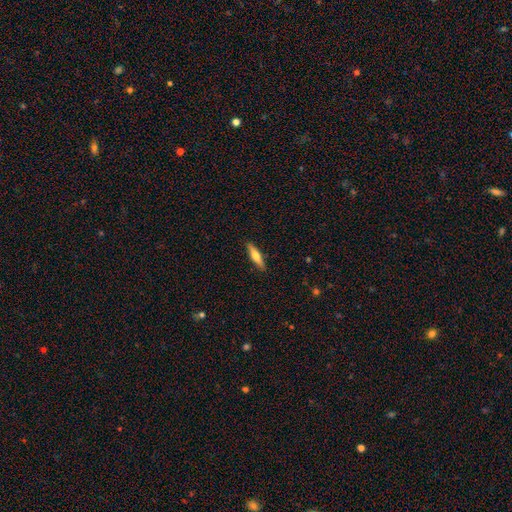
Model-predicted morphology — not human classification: smooth 54%, featured or disk 40%, star or artifact 6%. Down the decision tree: how rounded — cigar-shaped (77%); merging — none (90%).